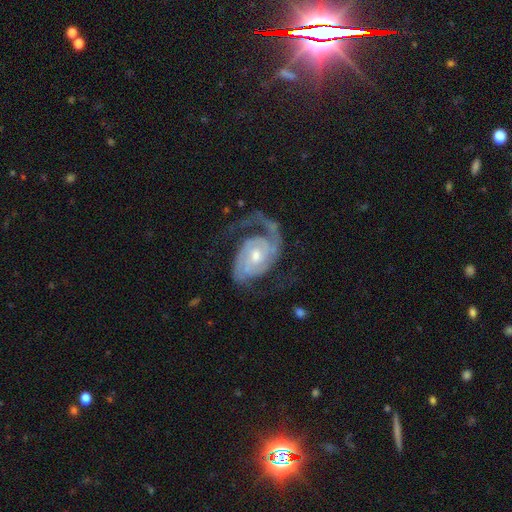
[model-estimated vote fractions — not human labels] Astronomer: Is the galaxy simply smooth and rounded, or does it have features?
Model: featured or disk — 90%.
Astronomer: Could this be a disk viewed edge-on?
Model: no — 97%.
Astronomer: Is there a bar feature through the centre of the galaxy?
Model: no — 63%.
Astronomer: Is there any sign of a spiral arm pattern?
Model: yes — 97%.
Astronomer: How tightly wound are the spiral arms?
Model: tight — 42% (runner-up: medium, 40%).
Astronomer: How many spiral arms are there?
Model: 2 — 69%.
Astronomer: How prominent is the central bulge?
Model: moderate — 55% (runner-up: small, 39%).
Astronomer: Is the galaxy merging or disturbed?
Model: none — 56%.